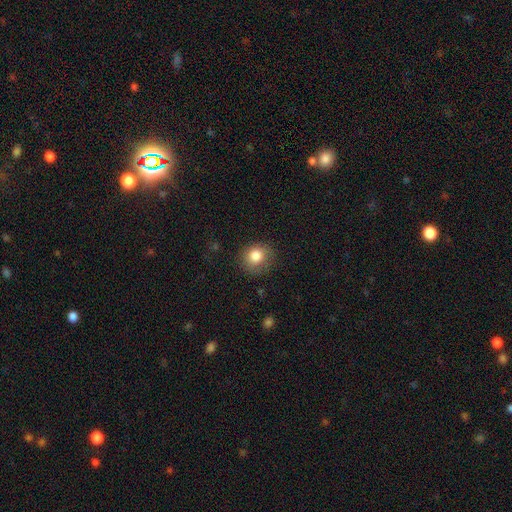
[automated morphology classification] The model was most divided on "how rounded": round: 81%, in between: 18%, cigar-shaped: 1%. More confident: smooth or featured — smooth (82%); merging — none (79%).